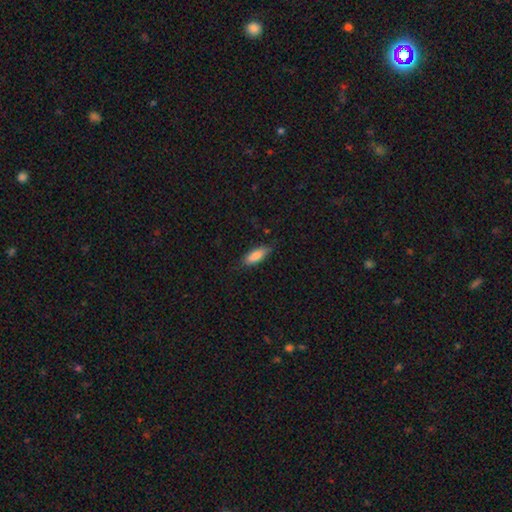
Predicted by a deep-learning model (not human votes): A smooth galaxy with no disk features (84%) that is in between round and cigar-shaped (67%). Merging: none (80%).